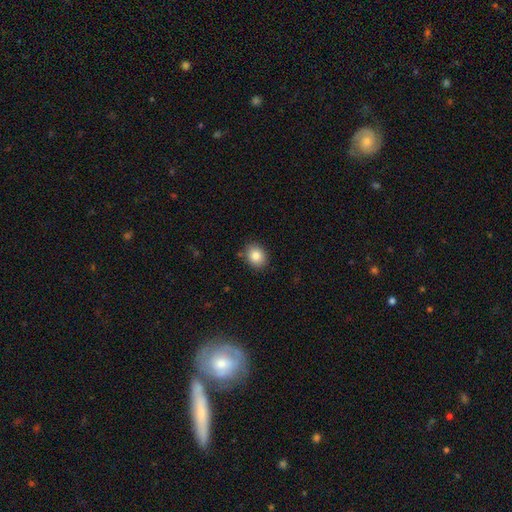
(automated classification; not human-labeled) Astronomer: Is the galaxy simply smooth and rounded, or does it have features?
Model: smooth — 85%.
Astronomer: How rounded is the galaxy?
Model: round — 51% (runner-up: in between, 48%).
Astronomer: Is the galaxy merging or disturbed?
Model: none — 86%.